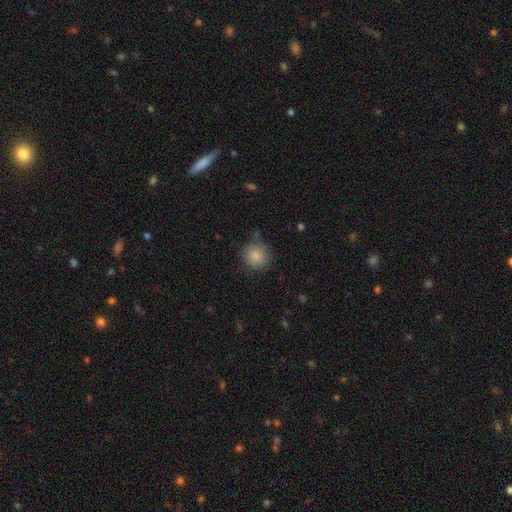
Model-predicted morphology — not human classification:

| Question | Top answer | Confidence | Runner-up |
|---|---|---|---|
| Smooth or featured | smooth | 86% | star or artifact (9%) |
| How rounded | round | 92% | in between (7%) |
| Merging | none | 83% | minor disturbance (12%) |